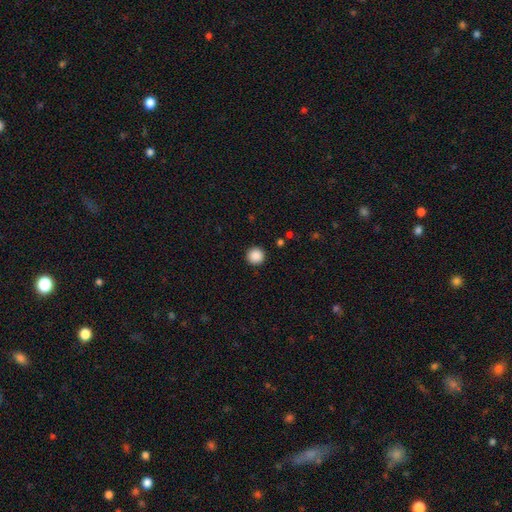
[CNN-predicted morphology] Overall: smooth (88%). How rounded: round (95%). Merging: none (92%).